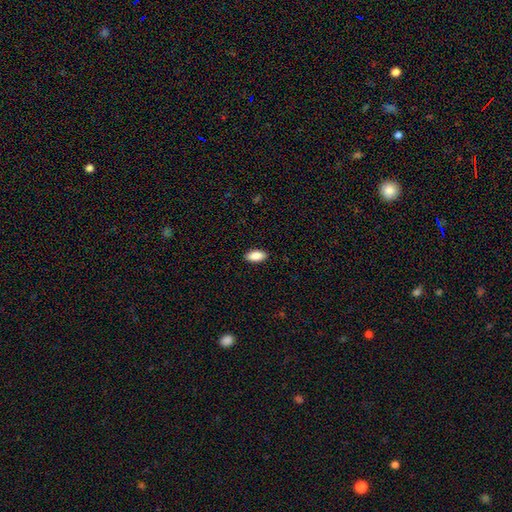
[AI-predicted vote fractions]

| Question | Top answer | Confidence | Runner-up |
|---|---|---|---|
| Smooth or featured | smooth | 89% | star or artifact (7%) |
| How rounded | in between | 93% | cigar-shaped (5%) |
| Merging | none | 90% | minor disturbance (7%) |